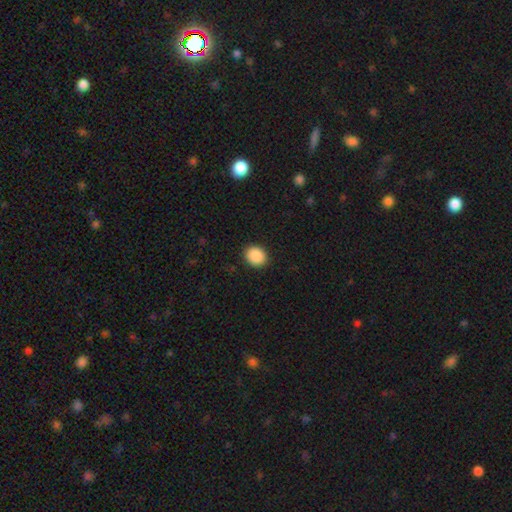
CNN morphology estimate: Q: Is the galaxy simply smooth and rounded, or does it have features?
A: smooth — 90%.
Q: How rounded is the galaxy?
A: round — 64%.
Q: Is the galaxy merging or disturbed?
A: none — 91%.